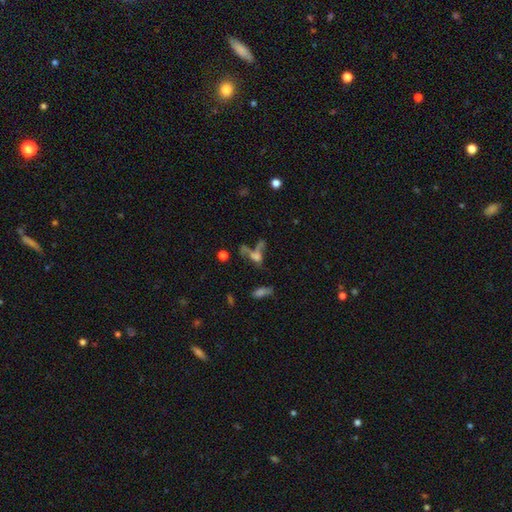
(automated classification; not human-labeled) Overall: smooth (45%; featured or disk 32%). Merging: merger (38%; none 30%).